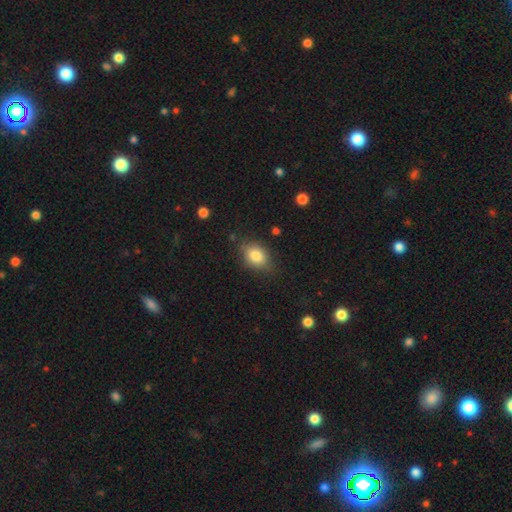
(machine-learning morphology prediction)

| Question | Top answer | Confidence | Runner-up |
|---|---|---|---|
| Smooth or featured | smooth | 82% | featured or disk (9%) |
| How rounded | in between | 71% | round (27%) |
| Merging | none | 74% | minor disturbance (20%) |